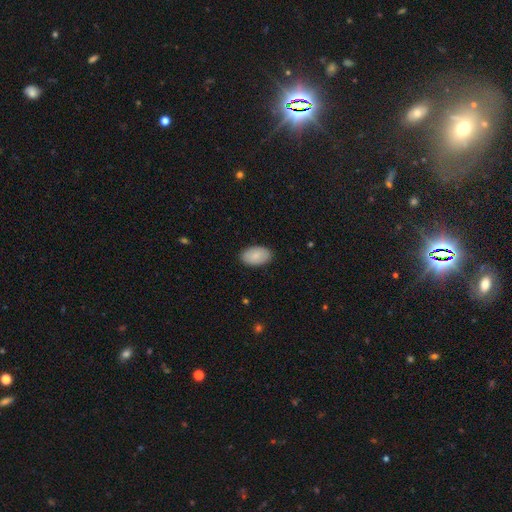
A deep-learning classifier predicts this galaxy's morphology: This appears to be a smooth galaxy with no disk features (86%) that is in between round and cigar-shaped (95%). Merging: none (88%).